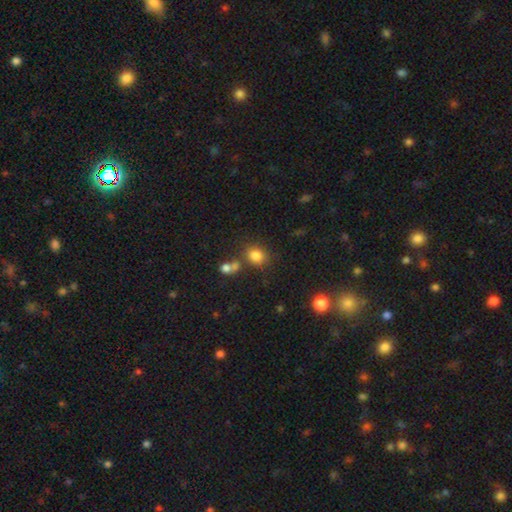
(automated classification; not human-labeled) A smooth galaxy with no disk features (80%) that is round (65%). Merging: none (65%).